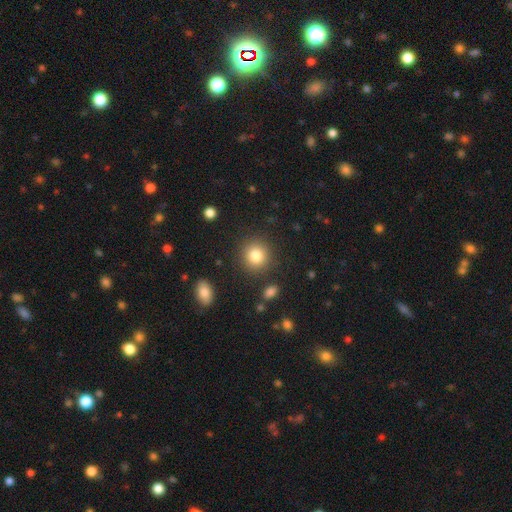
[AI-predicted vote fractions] This is clearly a smooth galaxy (82%). How rounded: clearly round (90%). Merging: clearly none (87%).